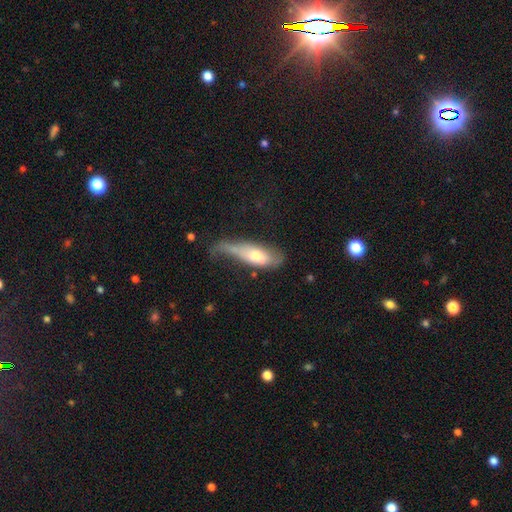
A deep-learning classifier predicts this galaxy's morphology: Smooth or featured? Predicted: smooth (p=0.58). How rounded? Predicted: in between (p=0.61). Merging? Predicted: major disturbance (p=0.36).